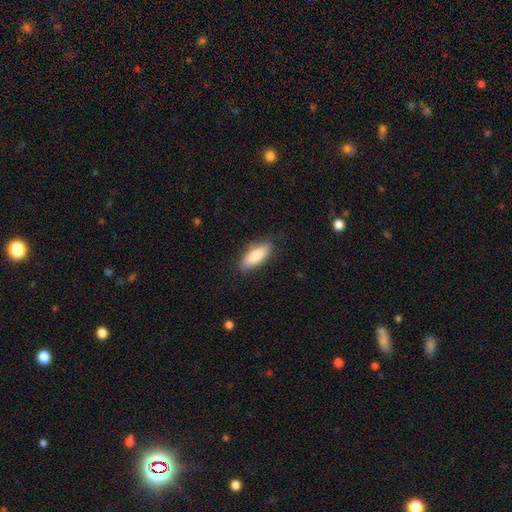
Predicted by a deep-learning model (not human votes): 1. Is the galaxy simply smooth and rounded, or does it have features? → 84% smooth, 10% featured or disk, 6% star or artifact.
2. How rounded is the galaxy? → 73% in between, 25% cigar-shaped, 2% round.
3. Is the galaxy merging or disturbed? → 82% none, 14% minor disturbance, 3% major disturbance, 1% merger.